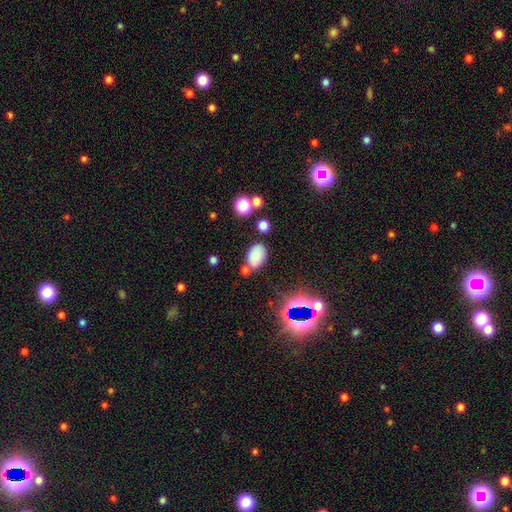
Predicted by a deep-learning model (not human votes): Smooth or featured? smooth (79%)
How rounded? in between (90%)
Merging? none (68%)